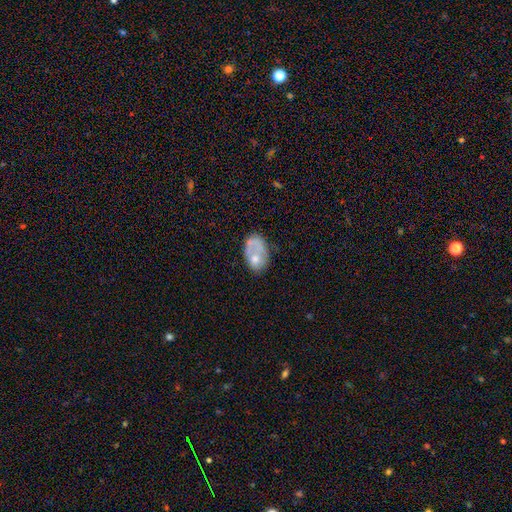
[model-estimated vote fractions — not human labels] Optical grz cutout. It shows a smooth galaxy with no disk features (57%) that is in between round and cigar-shaped (87%). Merging: none (36%).